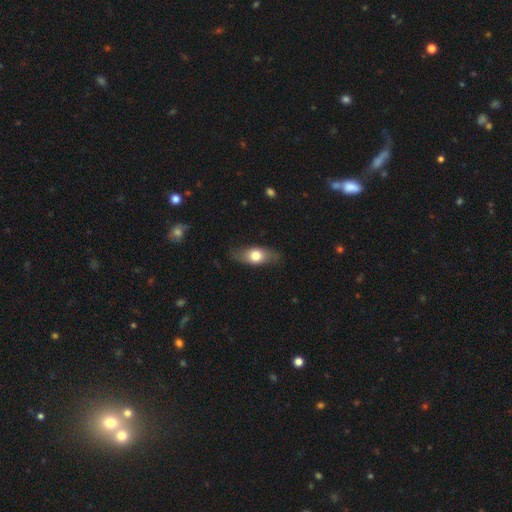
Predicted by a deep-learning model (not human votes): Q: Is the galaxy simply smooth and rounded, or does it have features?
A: smooth — 67%.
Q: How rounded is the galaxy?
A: in between — 79%.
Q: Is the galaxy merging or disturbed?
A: none — 79%.